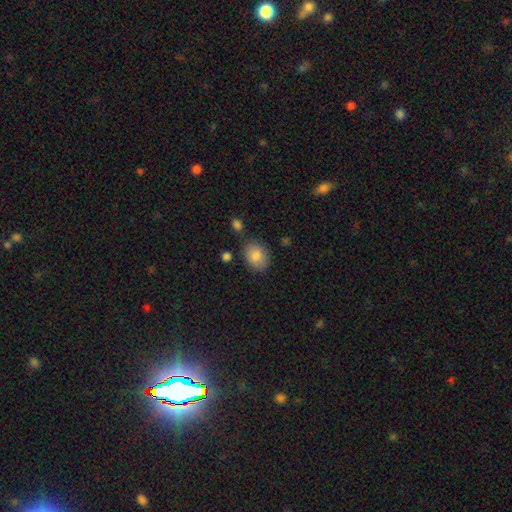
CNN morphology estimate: This is clearly a smooth galaxy (84%). How rounded: likely in between (65%). Merging: likely none (79%).